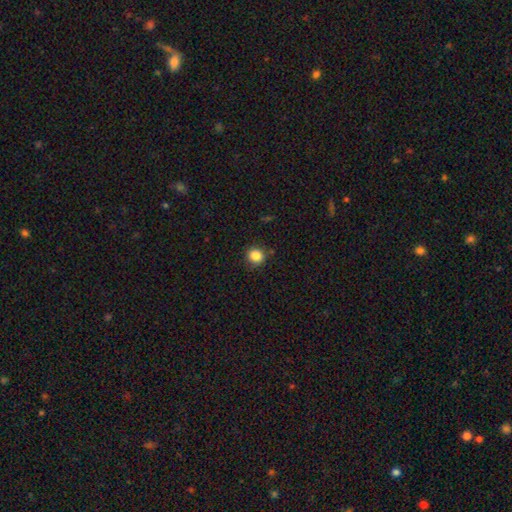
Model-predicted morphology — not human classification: Smooth or featured? smooth (86%)
How rounded? round (87%)
Merging? none (86%)